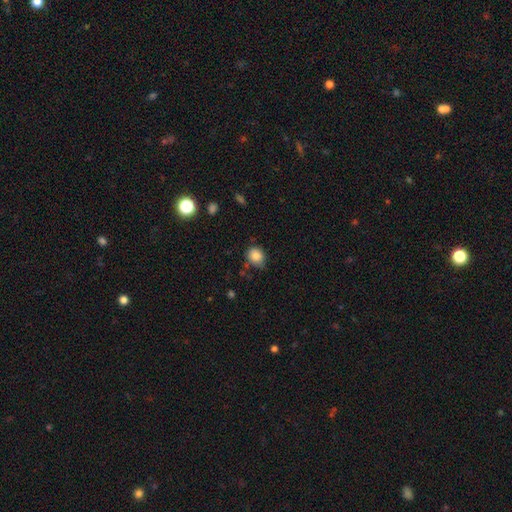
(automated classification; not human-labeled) A smooth galaxy with no disk features (85%) that is round (61%). Merging: none (67%).